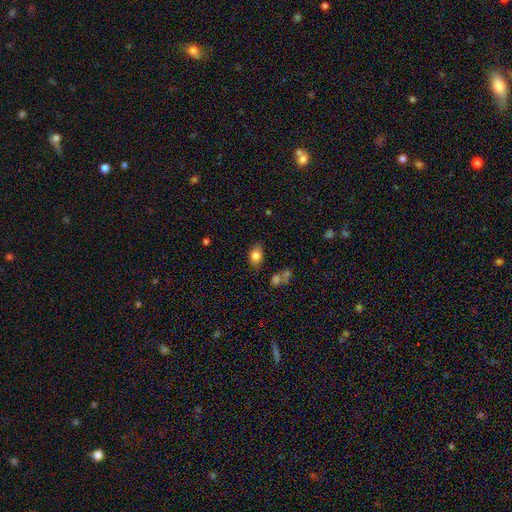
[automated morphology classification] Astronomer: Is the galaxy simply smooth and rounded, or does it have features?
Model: smooth — 80%.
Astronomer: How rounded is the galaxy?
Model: in between — 83%.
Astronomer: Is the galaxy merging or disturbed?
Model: none — 75%.